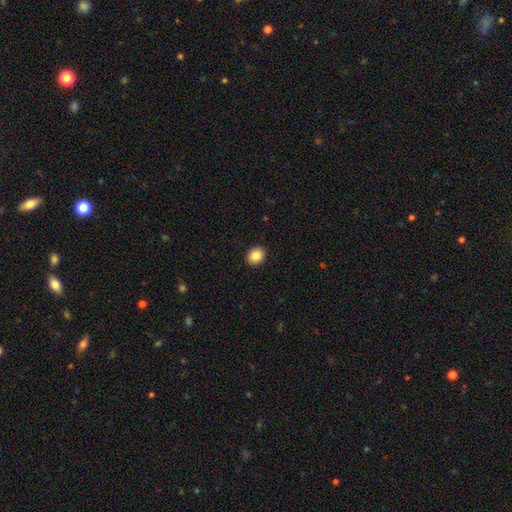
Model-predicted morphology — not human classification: smooth_or_featured: smooth (p=0.86) [alt: star or artifact p=0.09]
how_rounded: round (p=0.66) [alt: in between p=0.33]
merging: none (p=0.92) [alt: minor disturbance p=0.05]